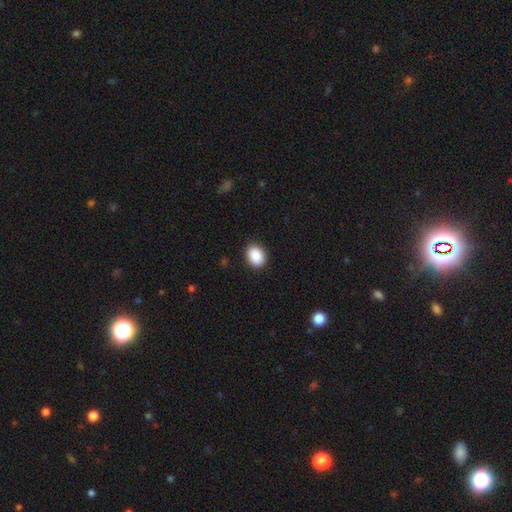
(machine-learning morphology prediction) Smooth or featured? smooth (90%)
How rounded? in between (63%)
Merging? none (89%)